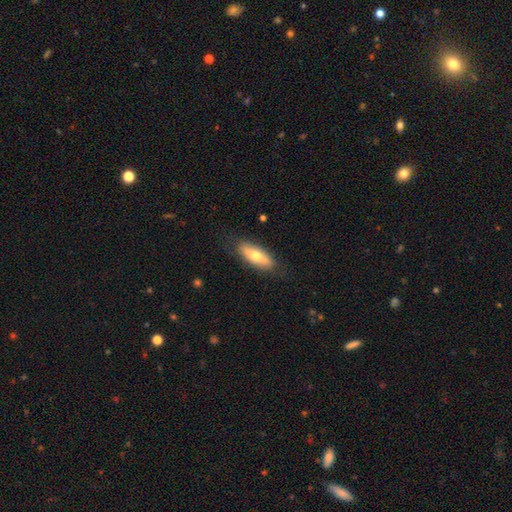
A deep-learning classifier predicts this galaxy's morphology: Q: Smooth or featured?
A: smooth (62%); runner-up: featured or disk (32%)
Q: How rounded?
A: in between (74%); runner-up: cigar-shaped (23%)
Q: Merging?
A: none (81%); runner-up: minor disturbance (15%)